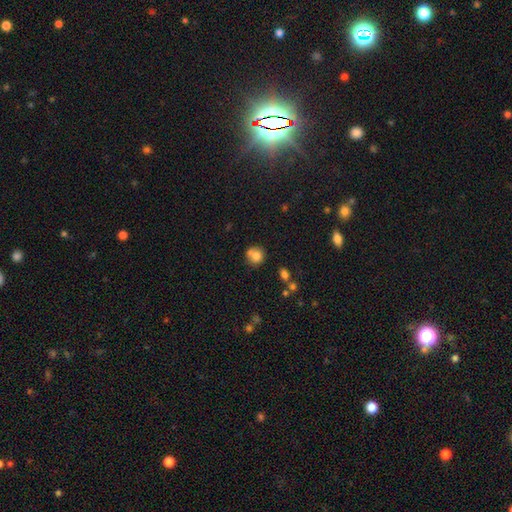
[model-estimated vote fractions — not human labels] Overall: smooth (78%). How rounded: round (87%). Merging: none (56%; merger 26%).